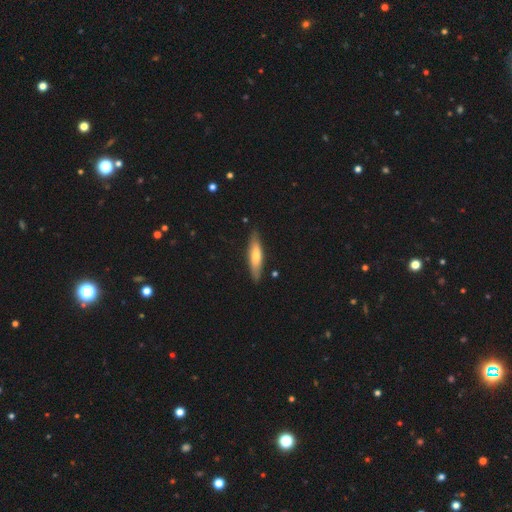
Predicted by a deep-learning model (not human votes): Smooth or featured? Predicted: smooth (p=0.56). How rounded? Predicted: cigar-shaped (p=0.77). Merging? Predicted: none (p=0.85).